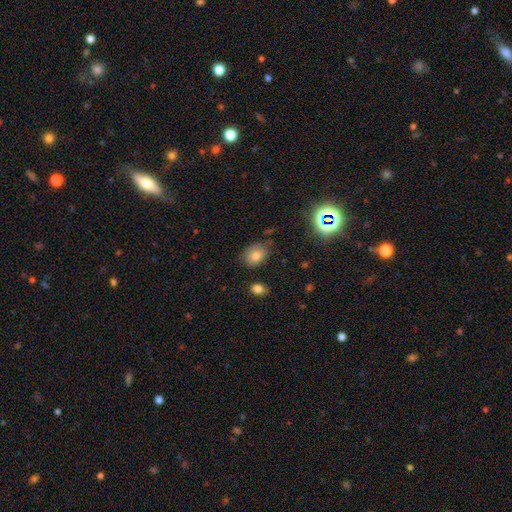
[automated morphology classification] Smooth or featured: smooth — 75% (featured or disk — 12%)
How rounded: in between — 63% (round — 35%)
Merging: none — 70% (minor disturbance — 22%)